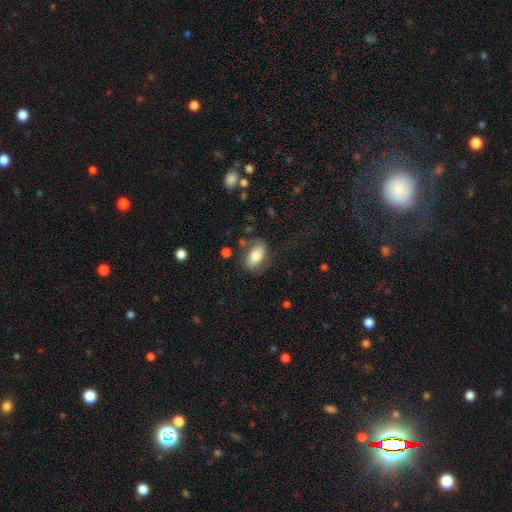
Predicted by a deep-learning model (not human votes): A smooth galaxy with no disk features (68%) that is in between round and cigar-shaped (90%). Merging: none (66%).